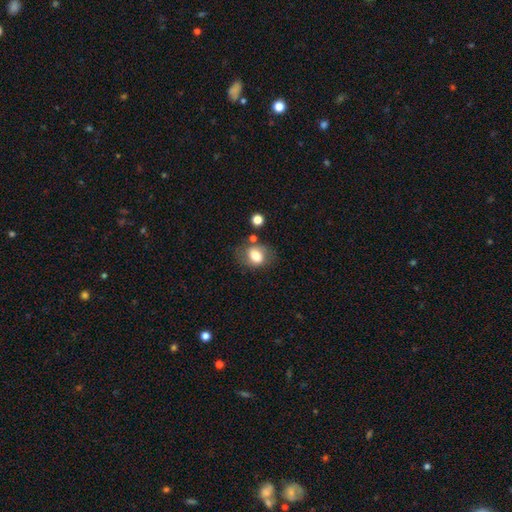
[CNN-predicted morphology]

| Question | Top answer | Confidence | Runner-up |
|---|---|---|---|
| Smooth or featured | smooth | 71% | featured or disk (20%) |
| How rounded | in between | 58% | round (41%) |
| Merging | none | 64% | minor disturbance (19%) |